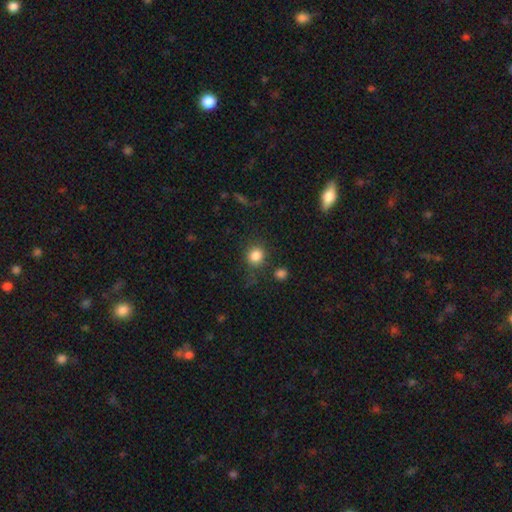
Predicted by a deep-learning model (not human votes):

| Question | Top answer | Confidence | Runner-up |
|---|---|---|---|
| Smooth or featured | smooth | 84% | star or artifact (11%) |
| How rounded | round | 83% | in between (15%) |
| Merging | none | 74% | minor disturbance (14%) |